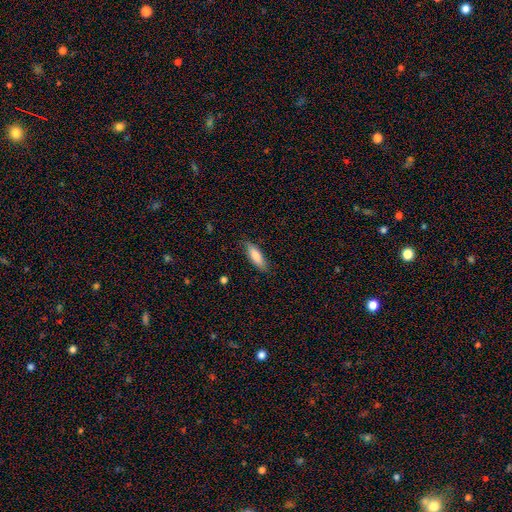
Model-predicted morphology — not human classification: Overall: smooth (81%). How rounded: in between (51%; cigar-shaped 47%). Merging: none (81%).